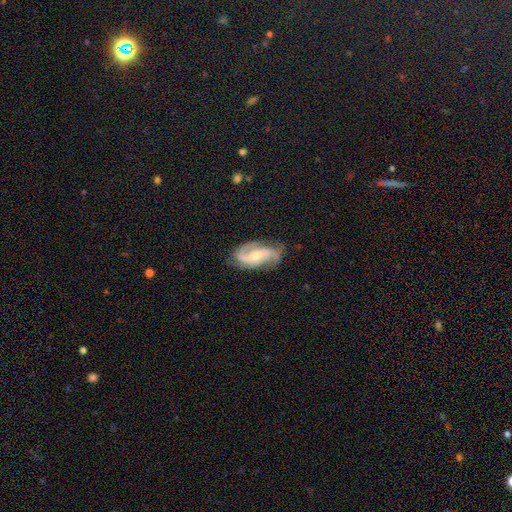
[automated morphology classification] smooth-or-featured: featured or disk: 87% | smooth: 8% | star or artifact: 5%
  disk-edge-on: no: 96% | yes: 4%
    bar: no: 40% | weak: 36% | strong: 24%
    has-spiral-arms: yes: 97% | no: 3%
      spiral-winding: medium: 48% | loose: 30% | tight: 22%
      spiral-arm-count: 2: 79% | 3: 10% | can't tell: 5% | 1: 2% | 4: 2% | more than 4: 2%
    bulge-size: small: 51% | moderate: 45% | large: 2% | none: 1% | dominant: 1%
  merging: none: 71% | minor disturbance: 20% | major disturbance: 8% | merger: 1%